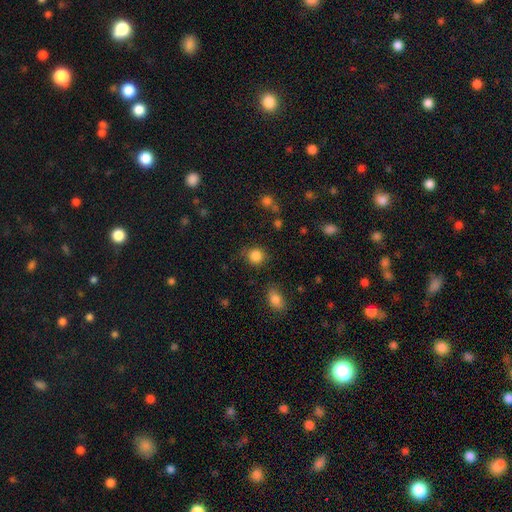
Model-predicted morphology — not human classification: A smooth galaxy with no disk features (86%) that is round (85%). Merging: none (78%).